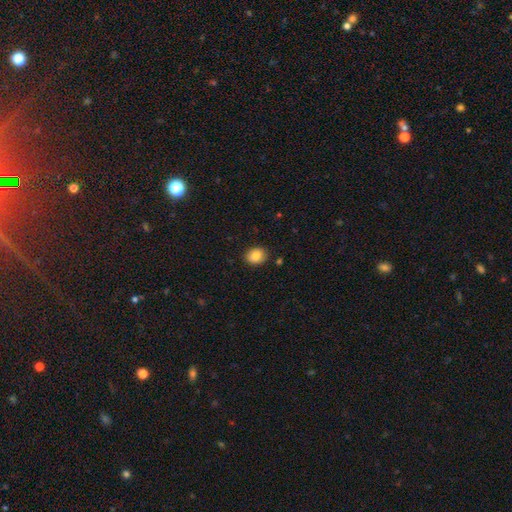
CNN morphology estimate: This appears to be a smooth galaxy with no disk features (85%) that is round (50%, tied with in between). Merging: none (87%).